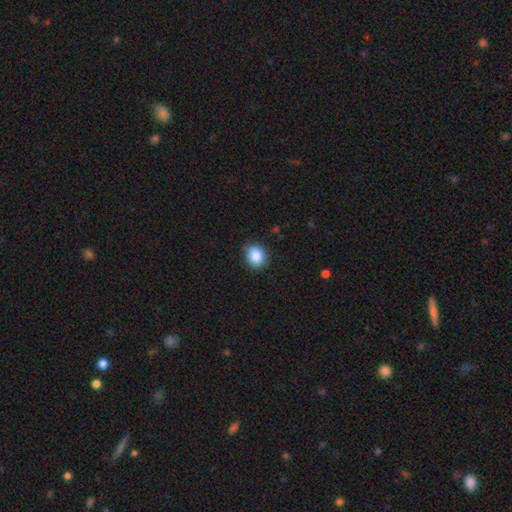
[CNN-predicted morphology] This appears to be a smooth galaxy with no disk features (86%) that is round (69%). Merging: none (82%).